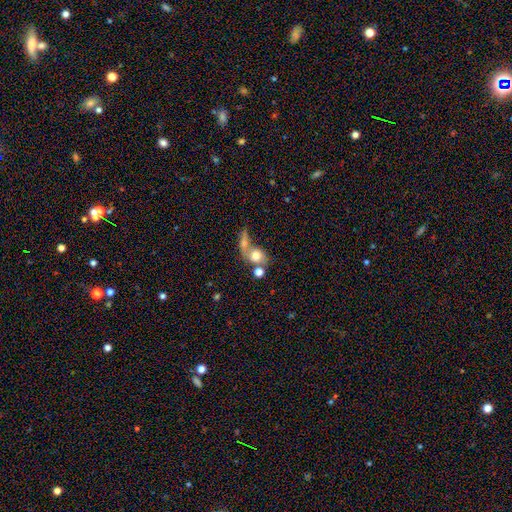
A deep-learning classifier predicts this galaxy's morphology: type=smooth (66%); roundness=round (57%); merging=merger (58%).